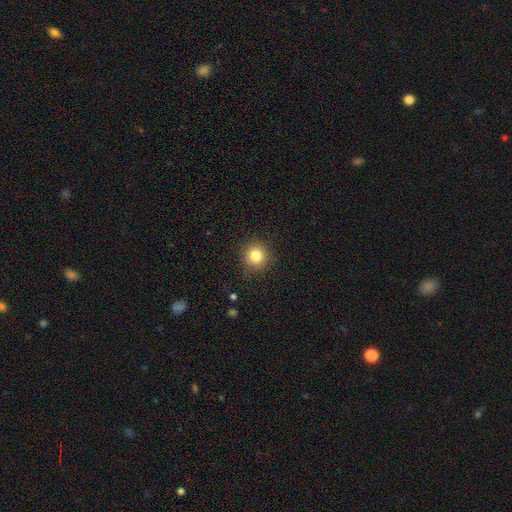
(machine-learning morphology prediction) type=smooth (82%); roundness=round (93%); merging=none (90%).